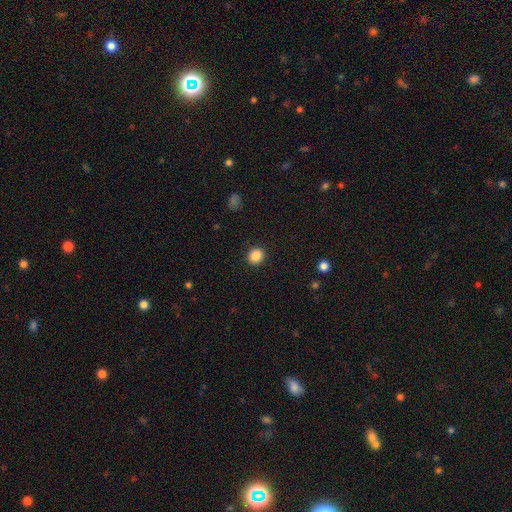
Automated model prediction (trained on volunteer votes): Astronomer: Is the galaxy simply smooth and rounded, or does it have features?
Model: smooth — 87%.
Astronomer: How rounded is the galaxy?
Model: round — 82%.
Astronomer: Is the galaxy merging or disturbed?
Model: none — 92%.